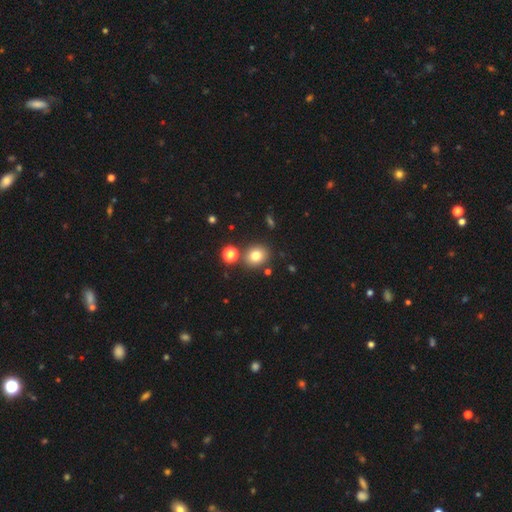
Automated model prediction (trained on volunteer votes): Smooth or featured? Predicted: smooth (p=0.78). How rounded? Predicted: round (p=0.75). Merging? Predicted: none (p=0.80).